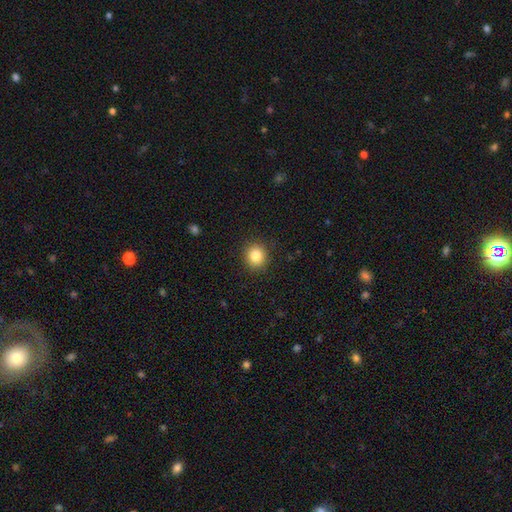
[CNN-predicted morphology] Q: Smooth or featured?
A: smooth (84%); runner-up: star or artifact (10%)
Q: How rounded?
A: round (85%); runner-up: in between (15%)
Q: Merging?
A: none (90%); runner-up: minor disturbance (6%)